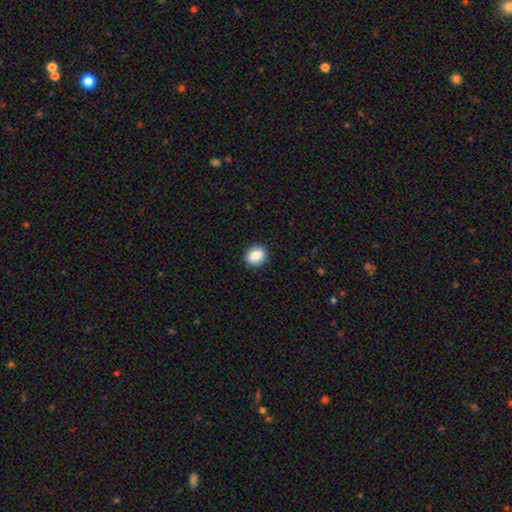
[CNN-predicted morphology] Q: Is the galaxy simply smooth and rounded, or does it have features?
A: smooth — 85%.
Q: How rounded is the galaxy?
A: round — 53%.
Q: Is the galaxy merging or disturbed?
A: none — 88%.